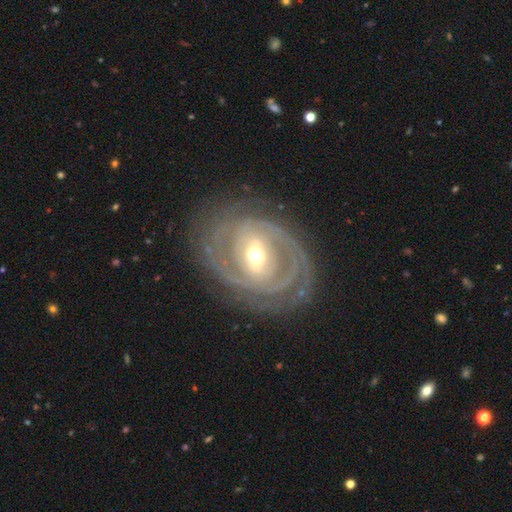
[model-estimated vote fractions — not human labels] Smooth or featured? Predicted: featured or disk (p=0.86). Edge-on disk? Predicted: no (p=0.95). Bar? Predicted: weak (p=0.39). Spiral arms? Predicted: yes (p=0.87). Spiral winding? Predicted: tight (p=0.66). Spiral arm count? Predicted: 2 (p=0.44). Bulge size? Predicted: moderate (p=0.63). Merging? Predicted: none (p=0.72).